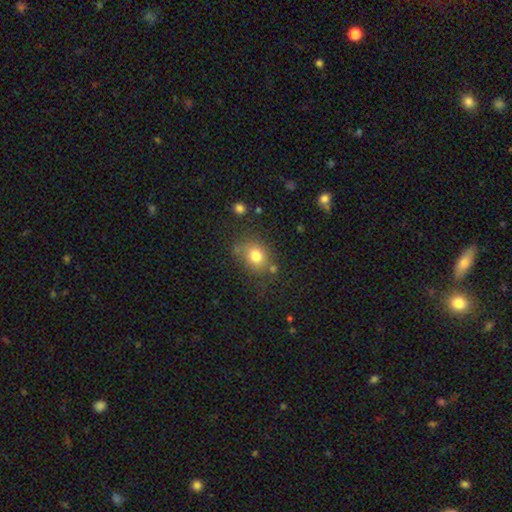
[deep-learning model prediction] smooth_or_featured: smooth (p=0.78) [alt: star or artifact p=0.12]
how_rounded: round (p=0.55) [alt: in between p=0.44]
merging: none (p=0.71) [alt: minor disturbance p=0.17]